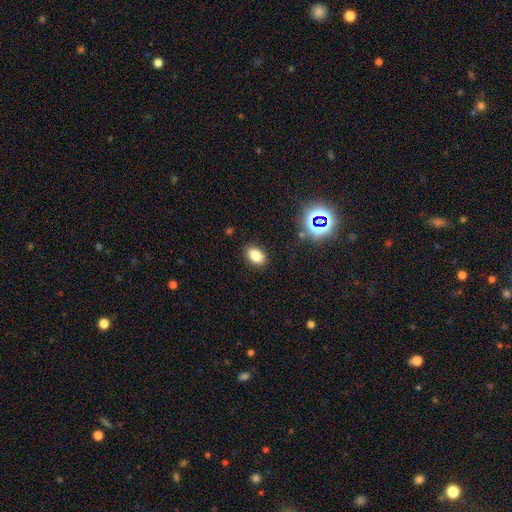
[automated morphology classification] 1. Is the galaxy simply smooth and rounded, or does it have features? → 80% smooth, 13% star or artifact, 7% featured or disk.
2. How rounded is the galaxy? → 87% in between, 12% round, 2% cigar-shaped.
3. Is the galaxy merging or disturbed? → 87% none, 9% minor disturbance, 3% major disturbance, 1% merger.